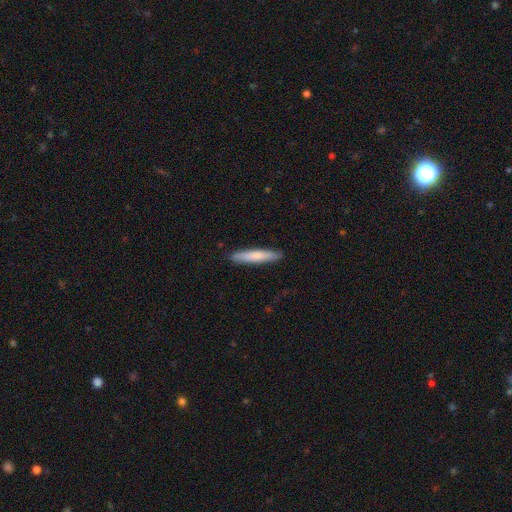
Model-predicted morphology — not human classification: Smooth or featured: smooth — 73% (featured or disk — 22%)
How rounded: cigar-shaped — 92% (in between — 6%)
Merging: none — 90% (minor disturbance — 7%)